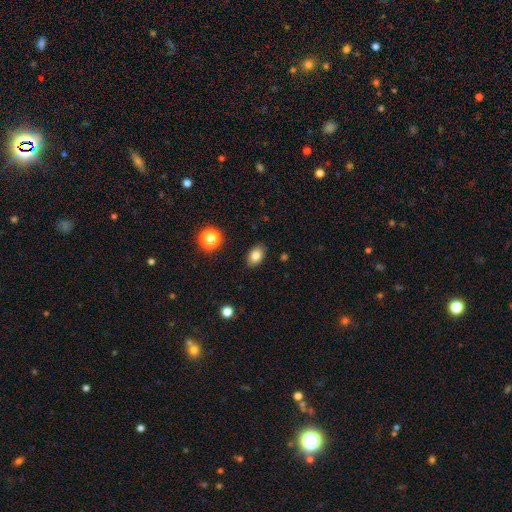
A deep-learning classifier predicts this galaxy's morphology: A smooth galaxy with no disk features (82%) that is in between round and cigar-shaped (84%).

Vote fractions:
- Smooth or featured? smooth: 82% / star or artifact: 10% / featured or disk: 8%
- How rounded? in between: 84% / round: 14% / cigar-shaped: 1%
- Merging? none: 87% / minor disturbance: 9% / major disturbance: 2% / merger: 1%